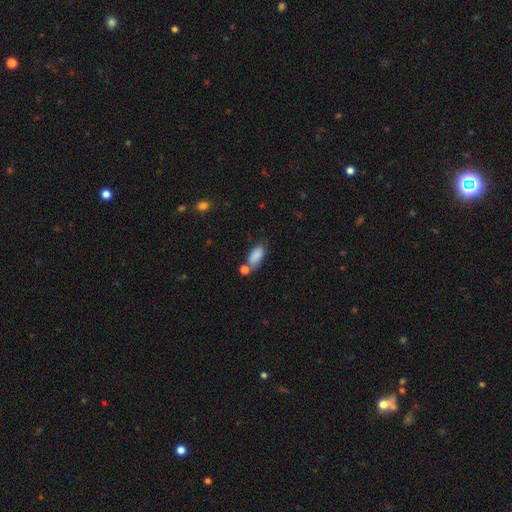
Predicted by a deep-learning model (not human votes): Morphology: type=smooth (86%); roundness=in between (89%); merging=none (54%).